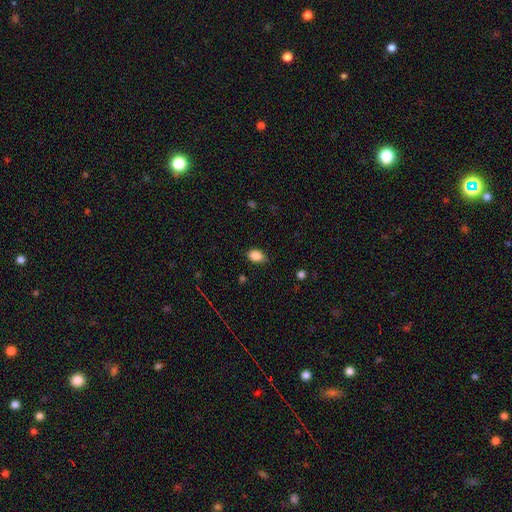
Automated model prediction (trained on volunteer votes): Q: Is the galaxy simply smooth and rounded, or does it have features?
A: smooth — 87%.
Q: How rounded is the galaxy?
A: in between — 77%.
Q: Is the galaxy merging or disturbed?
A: none — 77%.